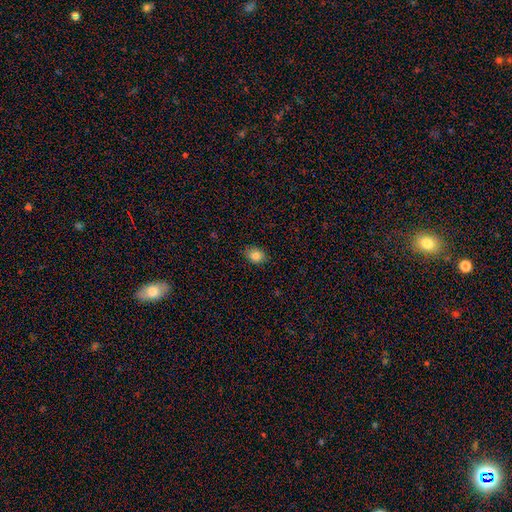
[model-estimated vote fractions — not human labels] Morphology: type=smooth (85%); roundness=in between (58%); merging=none (84%).